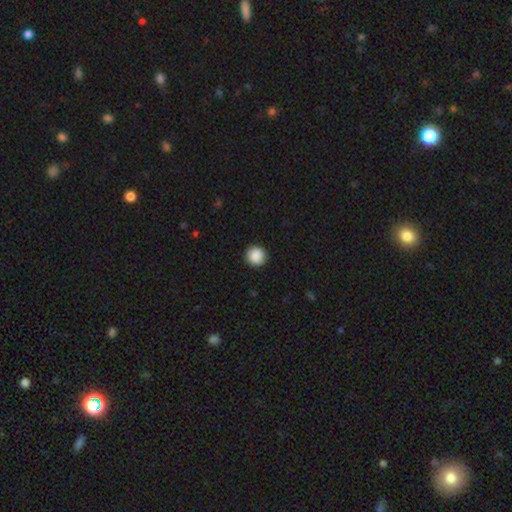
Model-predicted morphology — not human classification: Q: Smooth or featured?
A: smooth (89%); runner-up: star or artifact (8%)
Q: How rounded?
A: round (95%); runner-up: in between (4%)
Q: Merging?
A: none (91%); runner-up: minor disturbance (6%)